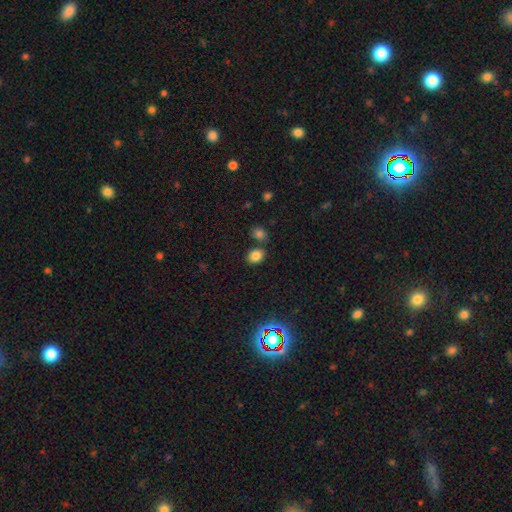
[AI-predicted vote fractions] smooth_or_featured: smooth (p=0.81) [alt: star or artifact p=0.13]
how_rounded: in between (p=0.59) [alt: round p=0.40]
merging: none (p=0.71) [alt: merger p=0.16]